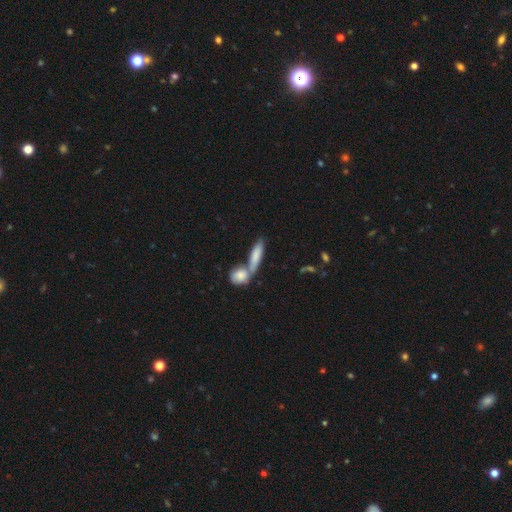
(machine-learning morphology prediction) smooth_or_featured: smooth (p=0.79) [alt: featured or disk p=0.15]
how_rounded: cigar-shaped (p=0.58) [alt: in between p=0.38]
merging: merger (p=0.46) [alt: none p=0.41]